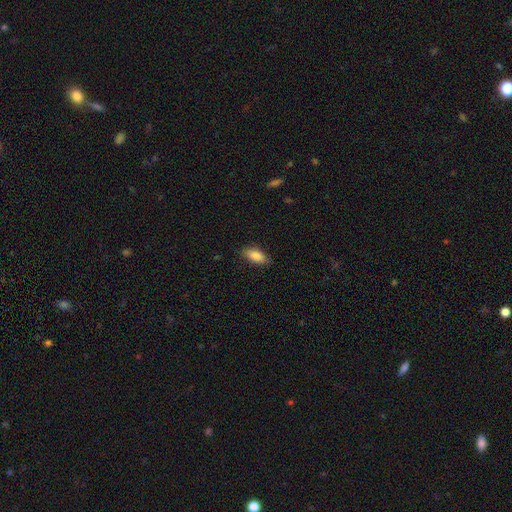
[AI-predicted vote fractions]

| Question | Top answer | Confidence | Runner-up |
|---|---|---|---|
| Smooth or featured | smooth | 86% | featured or disk (7%) |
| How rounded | in between | 84% | cigar-shaped (13%) |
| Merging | none | 84% | minor disturbance (13%) |